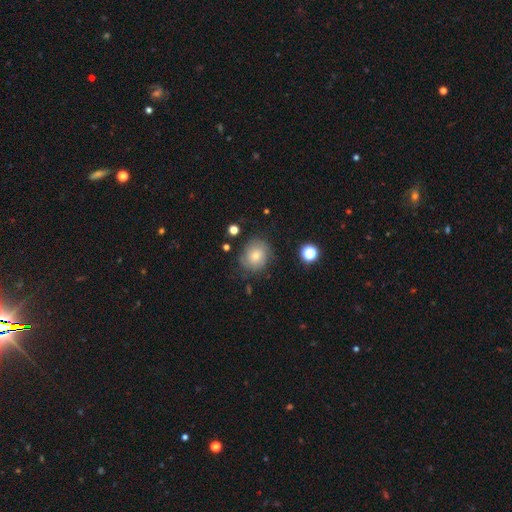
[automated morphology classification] smooth_or_featured: smooth (p=0.59) [alt: featured or disk p=0.29]
how_rounded: round (p=0.76) [alt: in between p=0.23]
merging: none (p=0.71) [alt: minor disturbance p=0.20]